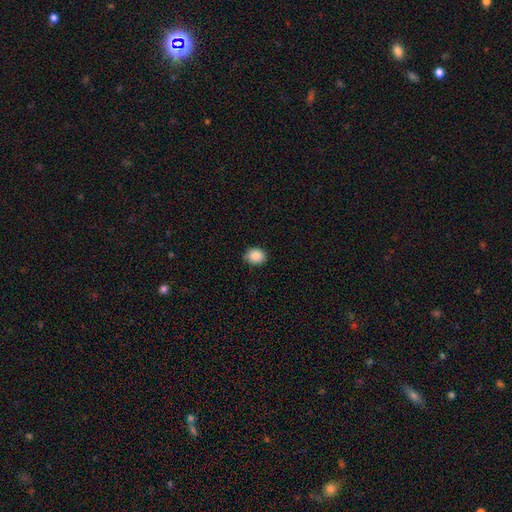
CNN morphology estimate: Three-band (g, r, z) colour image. It shows a smooth galaxy with no disk features (88%) that is round (58%). Merging: none (84%).